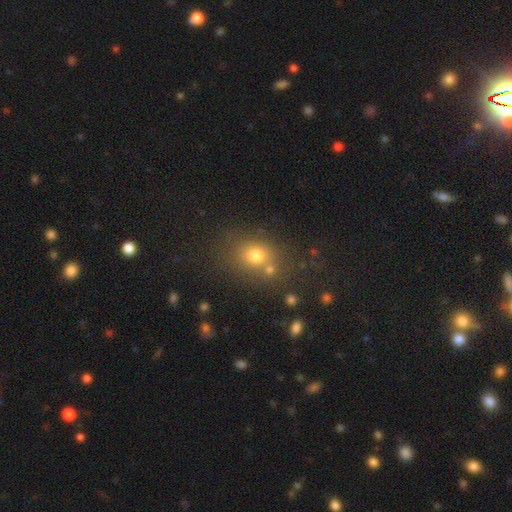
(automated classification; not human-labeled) Smooth or featured? Predicted: smooth (p=0.72). How rounded? Predicted: round (p=0.60). Merging? Predicted: none (p=0.65).